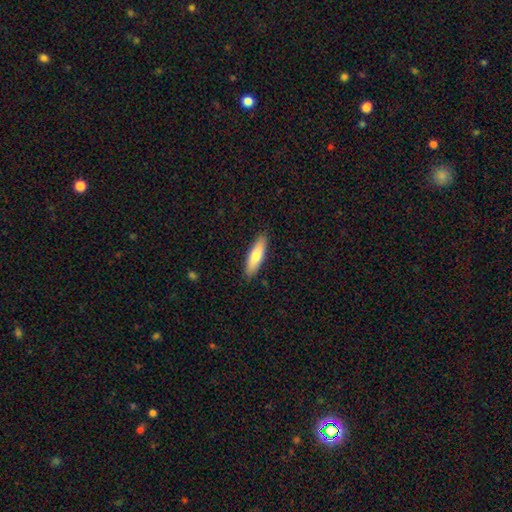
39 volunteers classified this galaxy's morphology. Overall: smooth (77%). How rounded: cigar-shaped (70%; in between 30%). Merging: none (86%).